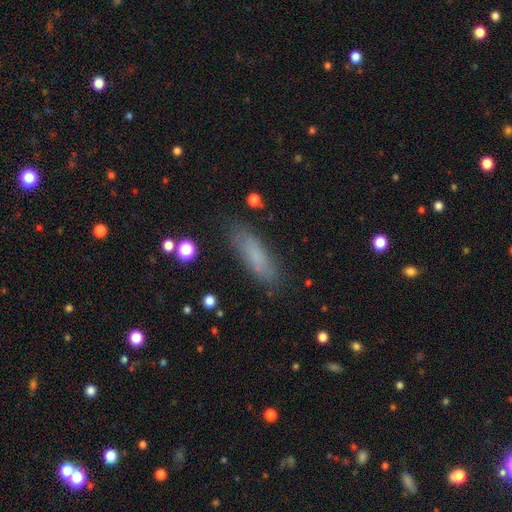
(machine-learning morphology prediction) The model was most divided on "how rounded": cigar-shaped: 55%, in between: 42%, round: 2%. More confident: merging — none (82%); smooth or featured — smooth (77%).